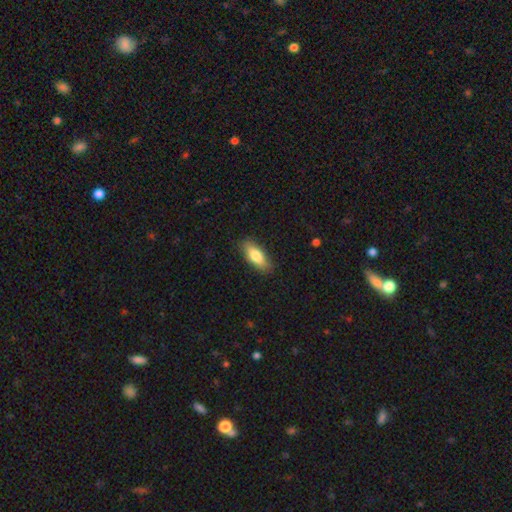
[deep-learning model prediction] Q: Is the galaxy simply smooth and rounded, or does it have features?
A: smooth — 80%.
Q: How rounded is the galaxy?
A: in between — 74%.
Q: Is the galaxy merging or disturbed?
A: none — 86%.